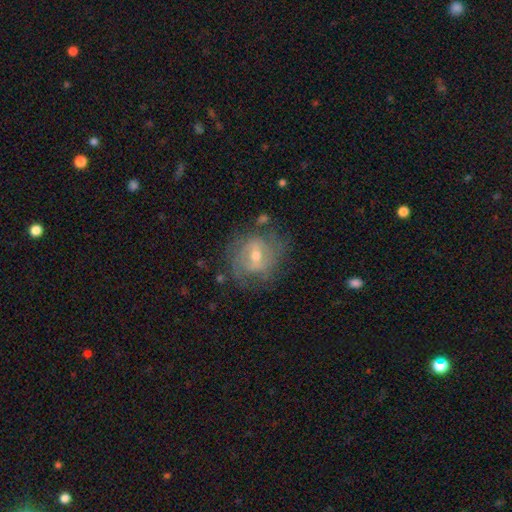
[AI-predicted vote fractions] A featured or disk galaxy (68%) with a weak bar (52%), spiral arms (68%) and a moderate central bulge (58%).

Vote fractions:
- Smooth or featured? featured or disk: 68% / smooth: 23% / star or artifact: 8%
- Edge-on disk? no: 96% / yes: 4%
- Bar? weak: 52% / no: 25% / strong: 23%
- Spiral arms? yes: 68% / no: 32%
- Bulge size? moderate: 58% / small: 38% / large: 3% / none: 1% / dominant: 1%
- Merging? none: 64% / minor disturbance: 21% / major disturbance: 12% / merger: 3%